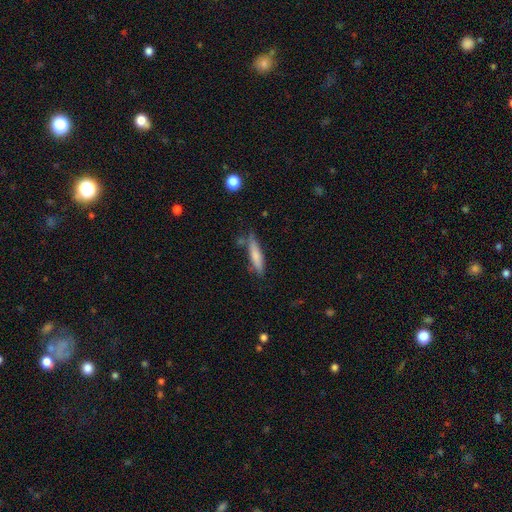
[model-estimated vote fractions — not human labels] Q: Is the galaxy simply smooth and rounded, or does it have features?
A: smooth — 74%.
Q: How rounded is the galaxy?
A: cigar-shaped — 81%.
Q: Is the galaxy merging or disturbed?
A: none — 69%.